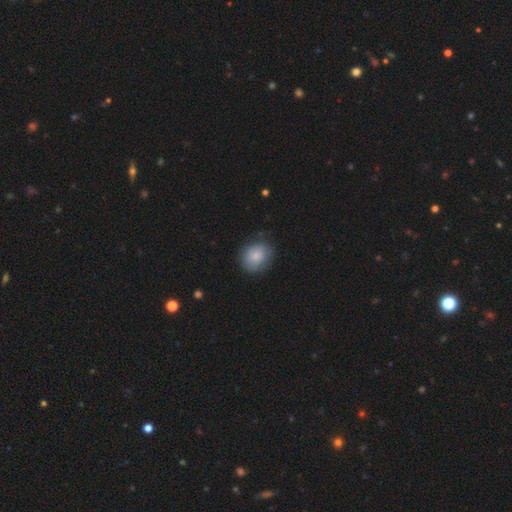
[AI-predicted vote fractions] smooth-or-featured: smooth: 80% | featured or disk: 13% | star or artifact: 7%
  how-rounded: round: 65% | in between: 34% | cigar-shaped: 1%
  merging: none: 76% | minor disturbance: 18% | major disturbance: 5% | merger: 1%